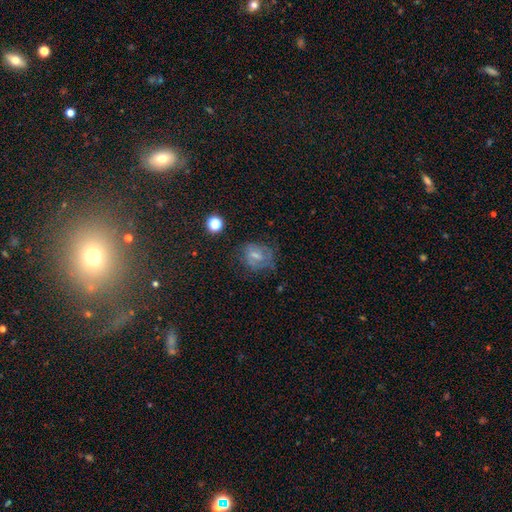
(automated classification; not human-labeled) smooth 46%, featured or disk 38%, star or artifact 17%. Down the decision tree: merging — none (55%).